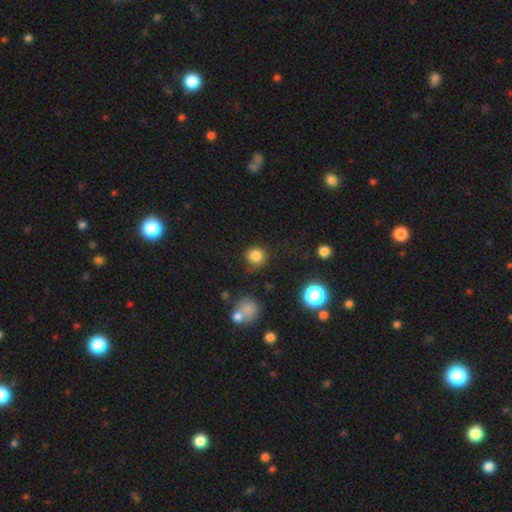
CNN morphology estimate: Q: Smooth or featured?
A: smooth (82%); runner-up: star or artifact (13%)
Q: How rounded?
A: round (88%); runner-up: in between (11%)
Q: Merging?
A: none (77%); runner-up: minor disturbance (15%)